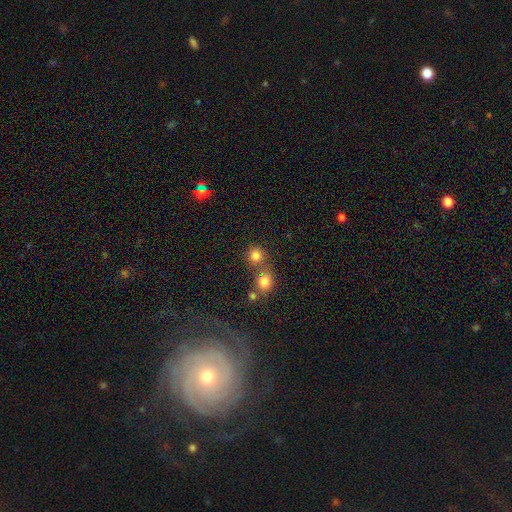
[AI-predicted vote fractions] Q: Smooth or featured?
A: smooth (80%); runner-up: star or artifact (13%)
Q: How rounded?
A: round (88%); runner-up: in between (11%)
Q: Merging?
A: none (58%); runner-up: merger (31%)